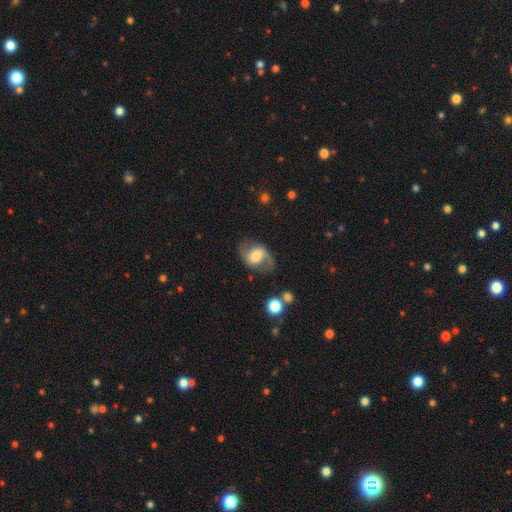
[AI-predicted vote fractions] A featured or disk galaxy (62%) with a weak bar (44%), 2 (85%) loose (54%) spiral arms (85%) and a moderate central bulge (50%). Merging: none (65%).